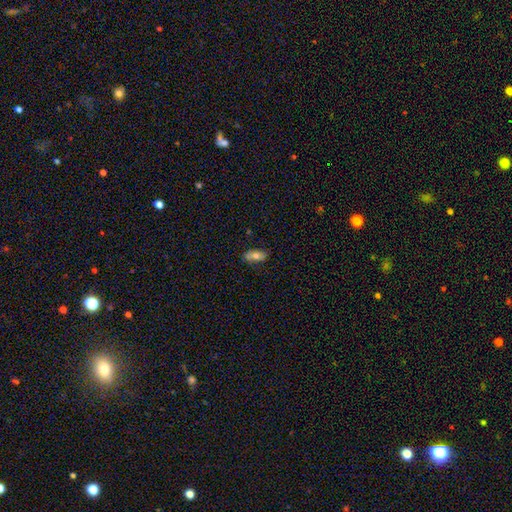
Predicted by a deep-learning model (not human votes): Morphology: type=smooth (71%); roundness=in between (79%); merging=none (79%).